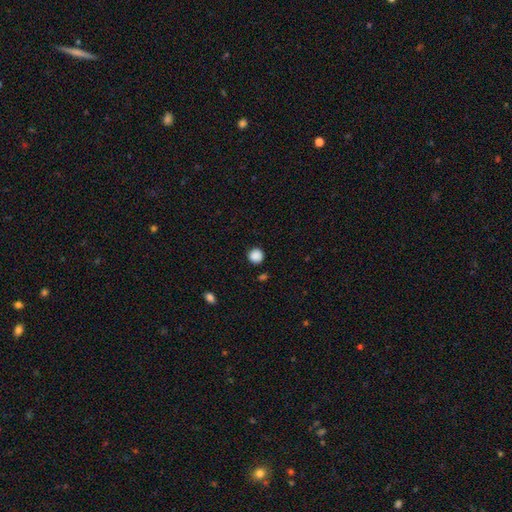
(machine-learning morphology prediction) Smooth or featured: smooth — 88% (star or artifact — 10%)
How rounded: round — 94% (in between — 5%)
Merging: none — 89% (minor disturbance — 7%)